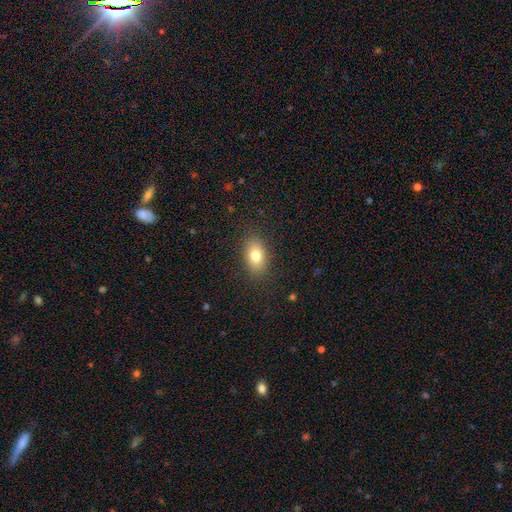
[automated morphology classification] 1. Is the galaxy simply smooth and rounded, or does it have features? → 78% smooth, 12% featured or disk, 10% star or artifact.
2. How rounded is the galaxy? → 84% in between, 14% round, 2% cigar-shaped.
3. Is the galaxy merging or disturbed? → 86% none, 10% minor disturbance, 3% major disturbance, 1% merger.